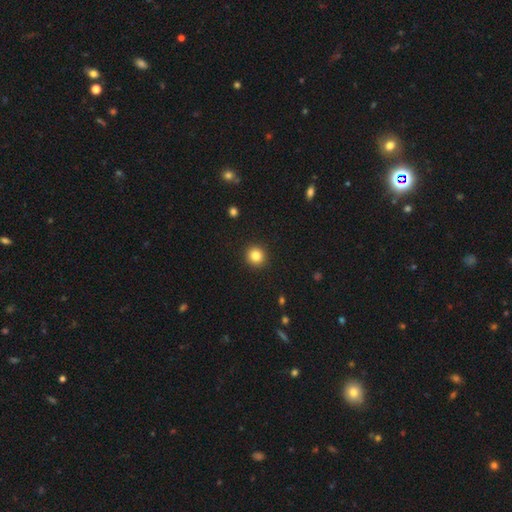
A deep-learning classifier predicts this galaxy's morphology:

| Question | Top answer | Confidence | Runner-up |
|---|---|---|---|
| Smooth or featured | smooth | 84% | star or artifact (11%) |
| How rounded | round | 92% | in between (7%) |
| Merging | none | 92% | minor disturbance (5%) |